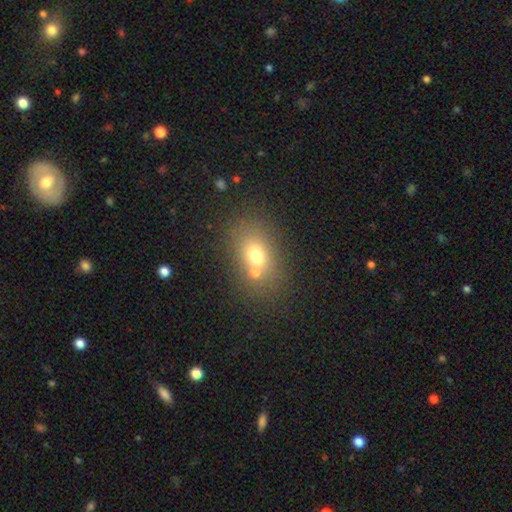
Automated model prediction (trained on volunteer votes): Smooth or featured: smooth — 68% (featured or disk — 17%)
How rounded: in between — 67% (round — 31%)
Merging: none — 59% (merger — 26%)